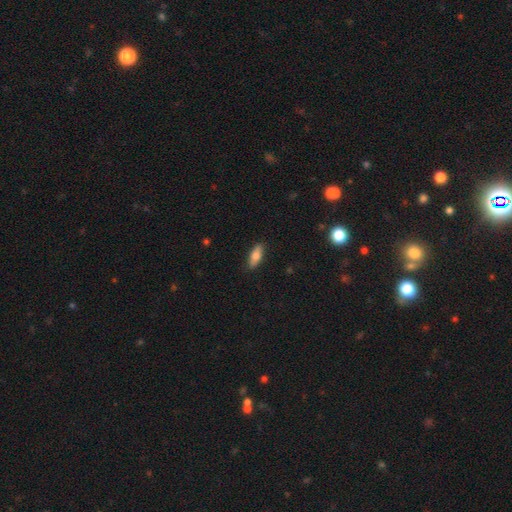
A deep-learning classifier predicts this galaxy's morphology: Smooth or featured: smooth — 72% (featured or disk — 21%)
How rounded: in between — 67% (cigar-shaped — 30%)
Merging: none — 87% (minor disturbance — 10%)